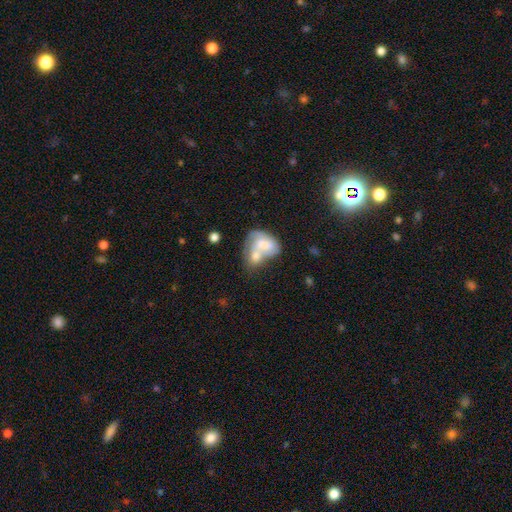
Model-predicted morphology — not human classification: A smooth galaxy with no disk features (50%) that is in between round and cigar-shaped (75%). Merging: merger (65%).